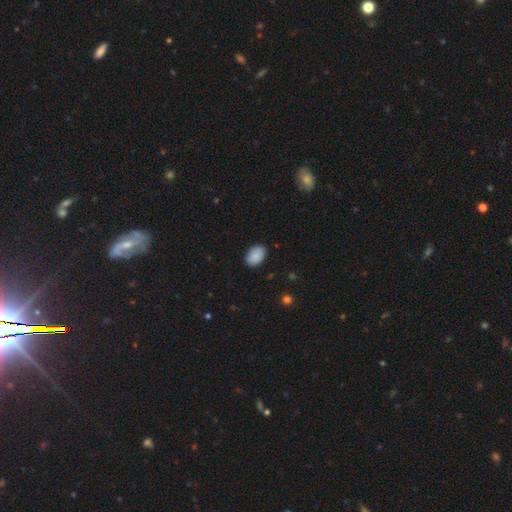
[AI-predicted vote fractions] A smooth galaxy with no disk features (88%) that is in between round and cigar-shaped (87%).

Vote fractions:
- Smooth or featured? smooth: 88% / star or artifact: 7% / featured or disk: 5%
- How rounded? in between: 87% / round: 12% / cigar-shaped: 1%
- Merging? none: 87% / minor disturbance: 10% / major disturbance: 2% / merger: 1%